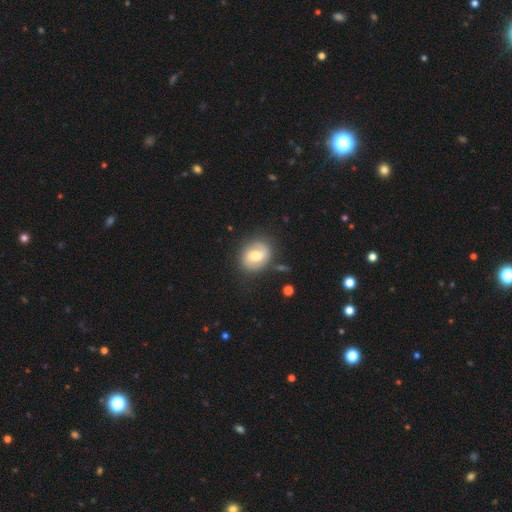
This is likely a smooth galaxy (64%). How rounded: likely round (74%). Merging: likely none (75%).